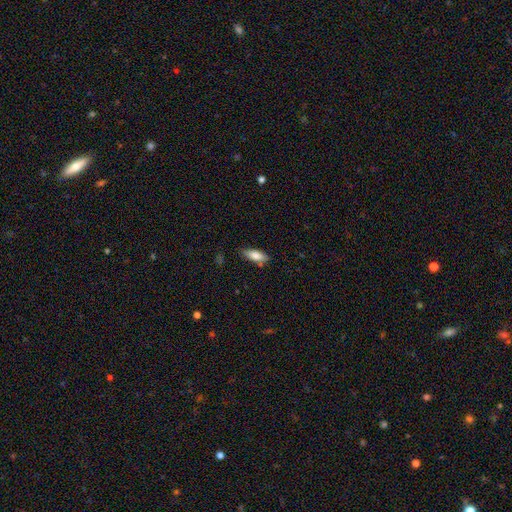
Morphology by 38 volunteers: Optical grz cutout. It shows a smooth galaxy with no disk features (87%) that is in between round and cigar-shaped (76%). Merging: none (76%).